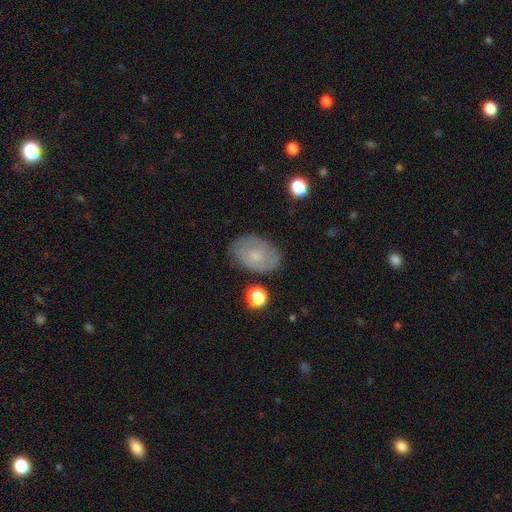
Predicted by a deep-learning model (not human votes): Q: Smooth or featured?
A: smooth (59%); runner-up: featured or disk (33%)
Q: How rounded?
A: in between (85%); runner-up: round (14%)
Q: Merging?
A: none (81%); runner-up: minor disturbance (14%)